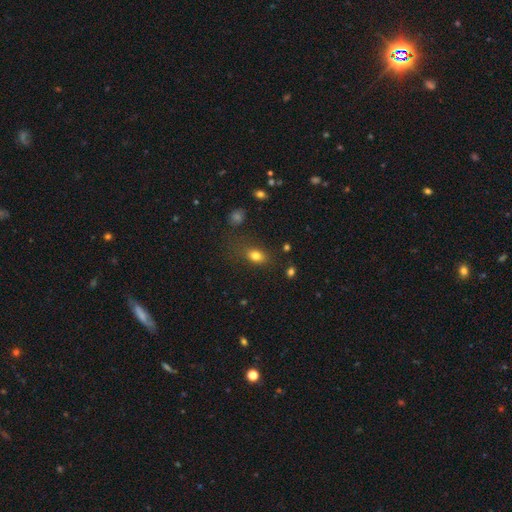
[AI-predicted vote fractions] This appears to be a smooth galaxy with no disk features (79%) that is in between round and cigar-shaped (75%). Merging: none (67%).